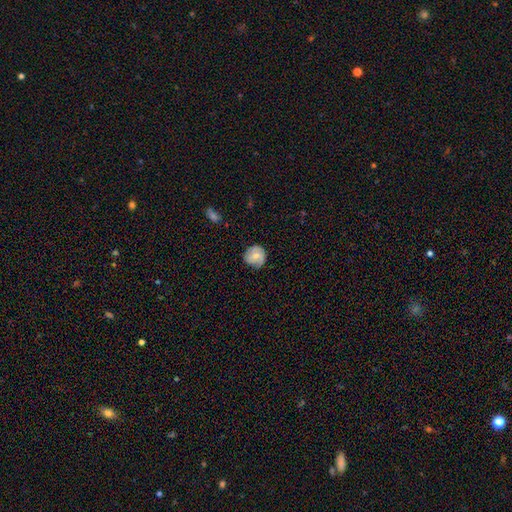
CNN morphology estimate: smooth-or-featured: smooth: 63% | featured or disk: 30% | star or artifact: 7%
  how-rounded: round: 88% | in between: 11% | cigar-shaped: 1%
  merging: none: 70% | minor disturbance: 24% | major disturbance: 5% | merger: 1%